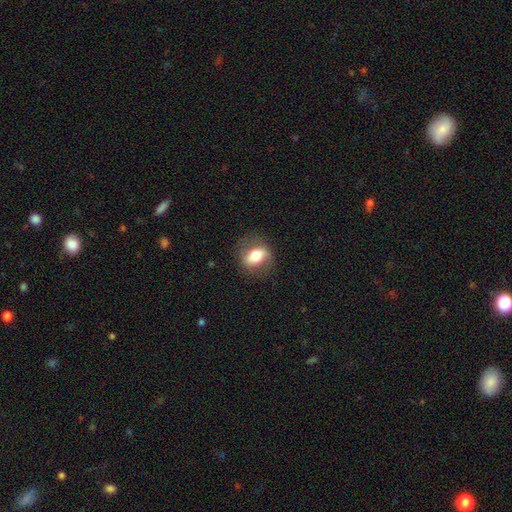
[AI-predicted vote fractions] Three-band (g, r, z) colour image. It shows a smooth galaxy with no disk features (56%) that is in between round and cigar-shaped (67%). Merging: none (75%).